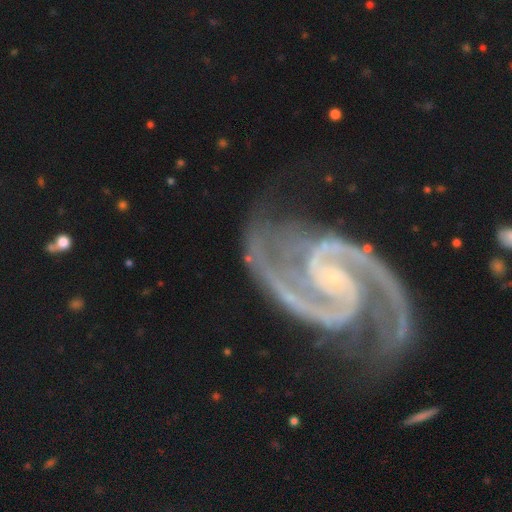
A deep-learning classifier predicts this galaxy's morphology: smooth_or_featured: featured or disk (p=0.90) [alt: star or artifact p=0.06]
disk_edge_on: no (p=0.97) [alt: yes p=0.03]
bar: no (p=0.49) [alt: weak p=0.32]
has_spiral_arms: yes (p=0.97) [alt: no p=0.03]
spiral_winding: medium (p=0.51) [alt: tight p=0.34]
spiral_arm_count: 2 (p=0.82) [alt: 3 p=0.05]
bulge_size: small (p=0.79) [alt: moderate p=0.11]
merging: none (p=0.54) [alt: minor disturbance p=0.21]